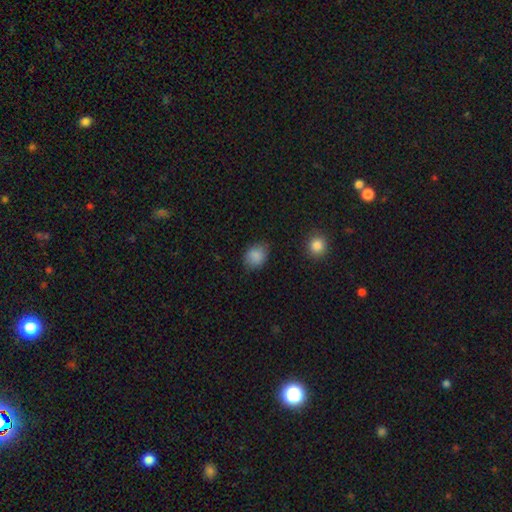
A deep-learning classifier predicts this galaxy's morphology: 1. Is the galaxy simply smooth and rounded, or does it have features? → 87% smooth, 9% star or artifact, 4% featured or disk.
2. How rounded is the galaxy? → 52% round, 47% in between, 1% cigar-shaped.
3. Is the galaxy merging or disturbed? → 76% none, 18% minor disturbance, 4% major disturbance, 2% merger.